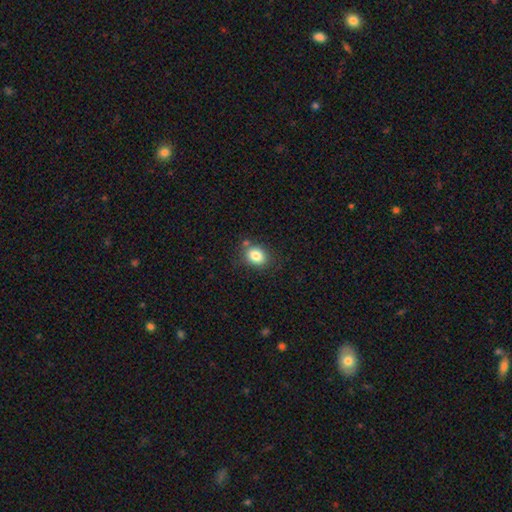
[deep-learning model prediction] Overall: smooth (82%). How rounded: round (51%; in between 48%). Merging: none (75%).